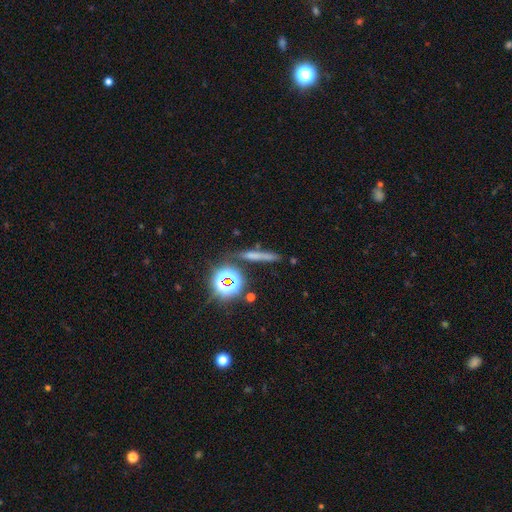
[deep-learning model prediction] Morphology: type=smooth (58%); roundness=cigar-shaped (81%); merging=none (79%).